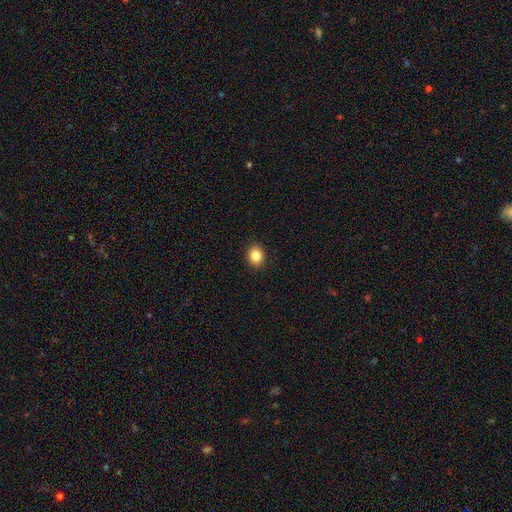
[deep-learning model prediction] Q: Smooth or featured?
A: smooth (86%); runner-up: star or artifact (10%)
Q: How rounded?
A: round (57%); runner-up: in between (42%)
Q: Merging?
A: none (91%); runner-up: minor disturbance (6%)